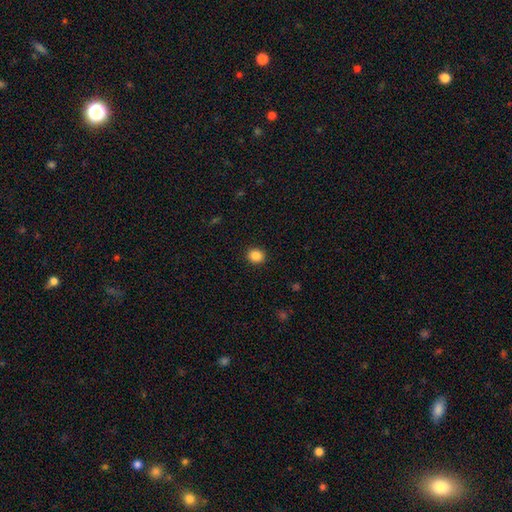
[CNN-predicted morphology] Overall: smooth (87%). How rounded: round (81%). Merging: none (92%).